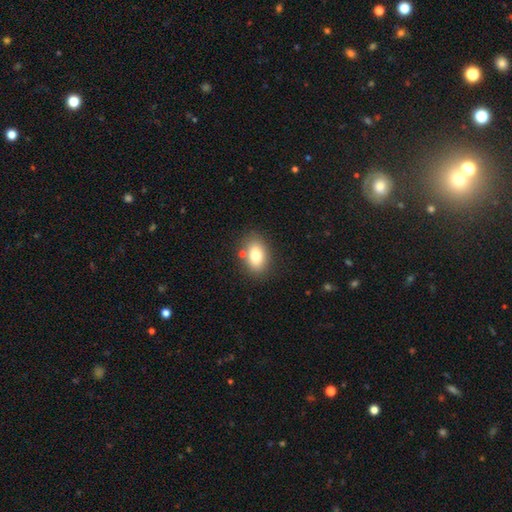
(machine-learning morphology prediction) Q: Smooth or featured?
A: smooth (79%); runner-up: featured or disk (12%)
Q: How rounded?
A: in between (83%); runner-up: round (15%)
Q: Merging?
A: none (78%); runner-up: minor disturbance (12%)